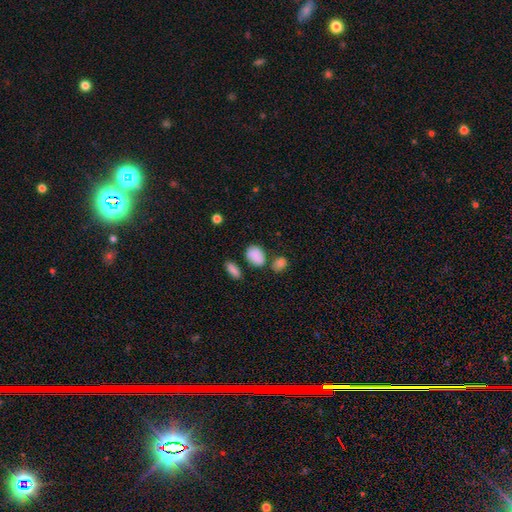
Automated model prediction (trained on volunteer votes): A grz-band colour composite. It shows a smooth galaxy with no disk features (80%) that is in between round and cigar-shaped (80%). Merging: none (55%).